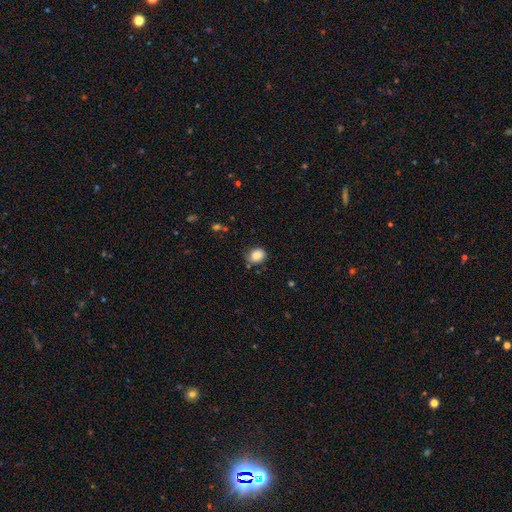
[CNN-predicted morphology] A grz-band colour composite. It shows a smooth galaxy with no disk features (86%) that is round (53%). Merging: none (77%).